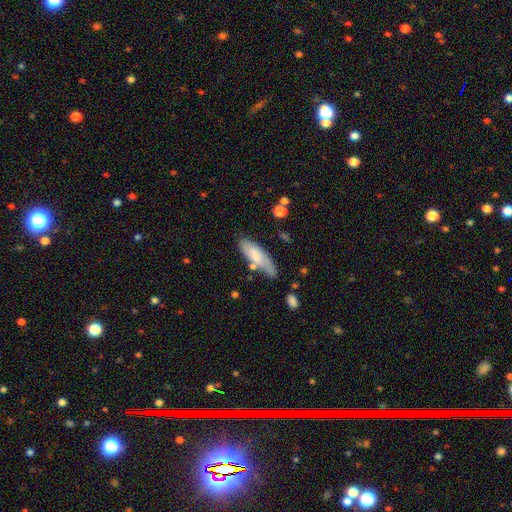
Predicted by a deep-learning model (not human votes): smooth_or_featured: smooth (p=0.70) [alt: featured or disk p=0.24]
how_rounded: in between (p=0.56) [alt: cigar-shaped p=0.43]
merging: none (p=0.56) [alt: minor disturbance p=0.28]